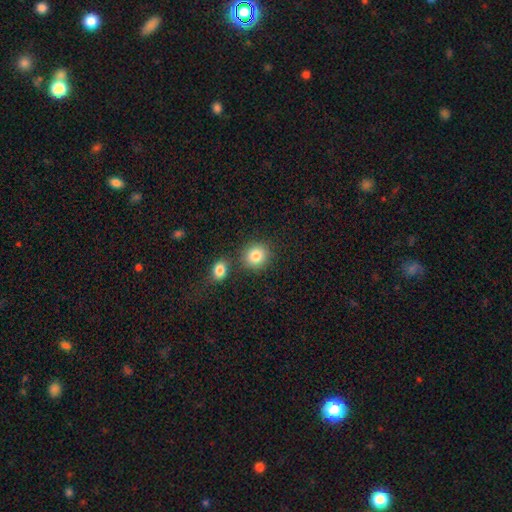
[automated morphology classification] The model was most divided on "merging": none: 75%, merger: 13%, minor disturbance: 9%, major disturbance: 3%. More confident: smooth or featured — smooth (85%); how rounded — round (82%).